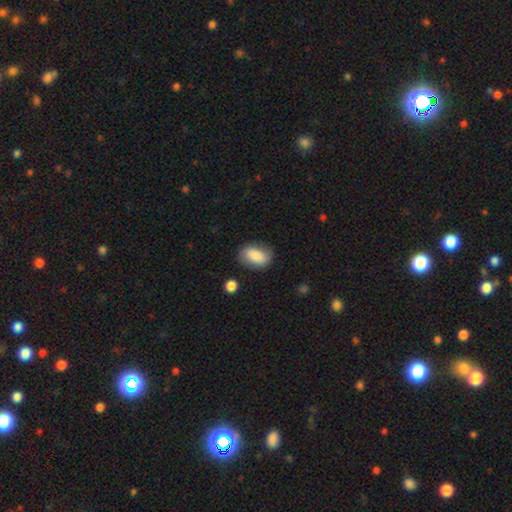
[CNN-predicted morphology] A smooth galaxy with no disk features (80%) that is in between round and cigar-shaped (86%).

Vote fractions:
- Smooth or featured? smooth: 80% / featured or disk: 13% / star or artifact: 7%
- How rounded? in between: 86% / round: 12% / cigar-shaped: 2%
- Merging? none: 74% / minor disturbance: 18% / major disturbance: 5% / merger: 2%